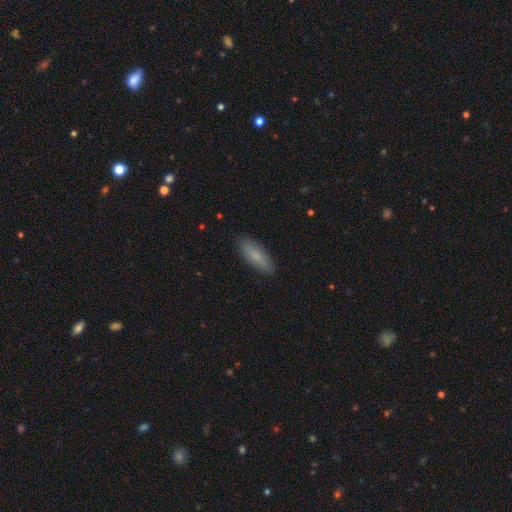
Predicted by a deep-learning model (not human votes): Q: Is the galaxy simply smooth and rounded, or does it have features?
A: smooth — 74%.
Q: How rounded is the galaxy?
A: in between — 60%.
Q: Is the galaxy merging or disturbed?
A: none — 87%.